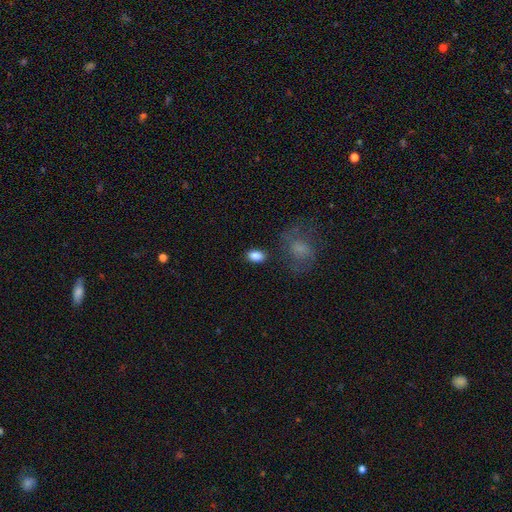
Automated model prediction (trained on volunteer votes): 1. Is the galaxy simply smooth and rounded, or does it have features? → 87% smooth, 8% star or artifact, 5% featured or disk.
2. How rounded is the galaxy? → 87% in between, 11% round, 2% cigar-shaped.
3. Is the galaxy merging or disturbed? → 82% none, 11% minor disturbance, 4% major disturbance, 3% merger.